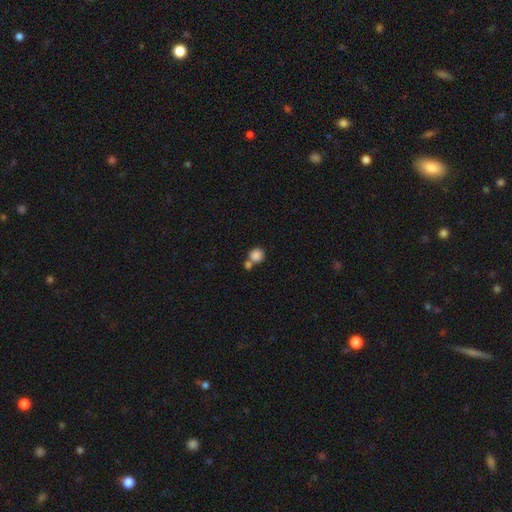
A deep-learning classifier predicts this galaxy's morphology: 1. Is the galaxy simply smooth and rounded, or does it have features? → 85% smooth, 9% star or artifact, 6% featured or disk.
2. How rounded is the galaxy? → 88% round, 11% in between, 1% cigar-shaped.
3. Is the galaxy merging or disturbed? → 48% none, 40% merger, 9% minor disturbance, 3% major disturbance.